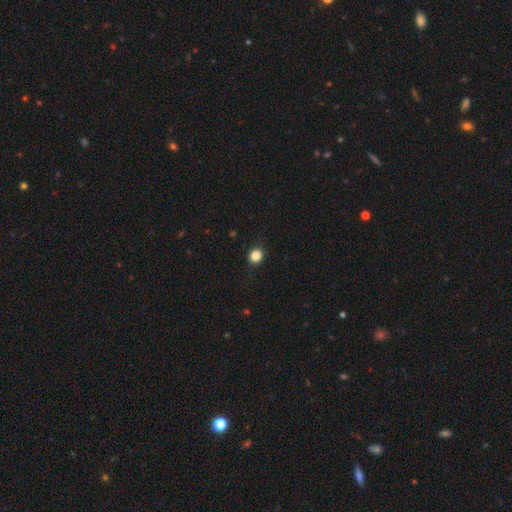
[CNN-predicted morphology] smooth-or-featured: smooth: 85% | star or artifact: 11% | featured or disk: 4%
  how-rounded: round: 85% | in between: 14% | cigar-shaped: 1%
  merging: none: 90% | minor disturbance: 7% | major disturbance: 2% | merger: 1%